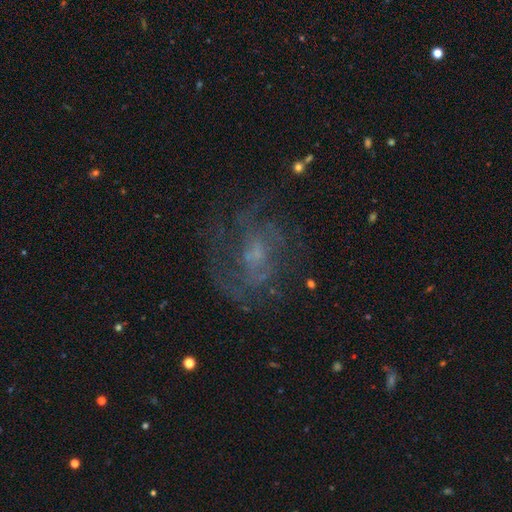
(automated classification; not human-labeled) This is likely a featured or disk galaxy (69%). It is clearly not viewed edge-on (97%). Bar: likely no (65%). Spiral arm pattern: likely yes (77%). Spiral arm count: marginally can't tell (45%). Spiral winding: marginally medium (43%). Central bulge: possibly small (47%). Merging: likely none (63%).